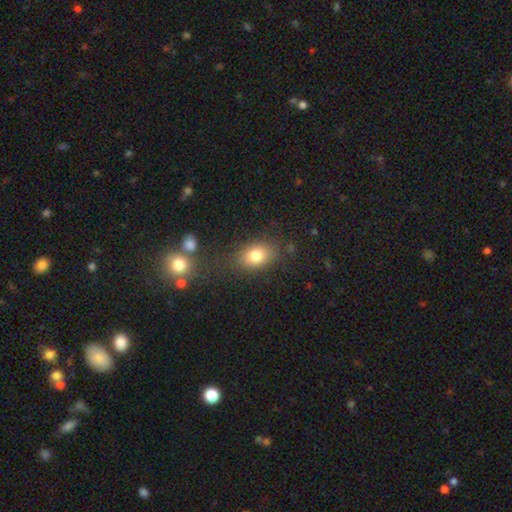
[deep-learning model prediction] smooth_or_featured: smooth (p=0.80) [alt: star or artifact p=0.10]
how_rounded: in between (p=0.72) [alt: round p=0.26]
merging: none (p=0.78) [alt: minor disturbance p=0.13]